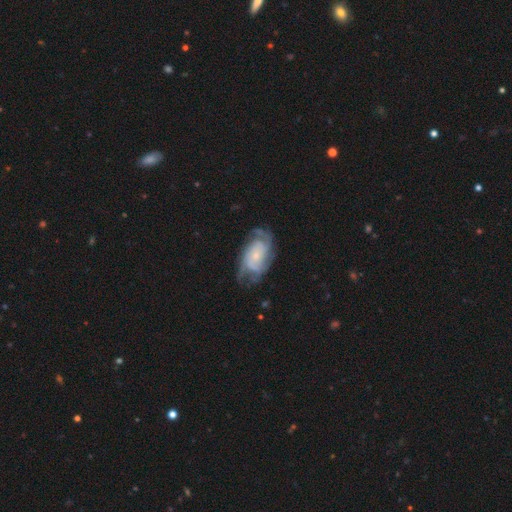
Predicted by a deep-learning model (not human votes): Q: Smooth or featured?
A: featured or disk (79%); runner-up: smooth (15%)
Q: Edge-on disk?
A: no (97%); runner-up: yes (3%)
Q: Bar?
A: no (73%); runner-up: weak (23%)
Q: Spiral arms?
A: yes (92%); runner-up: no (8%)
Q: Spiral winding?
A: tight (42%); runner-up: medium (40%)
Q: Spiral arm count?
A: can't tell (31%); runner-up: 2 (27%)
Q: Bulge size?
A: small (69%); runner-up: moderate (20%)
Q: Merging?
A: none (61%); runner-up: minor disturbance (22%)